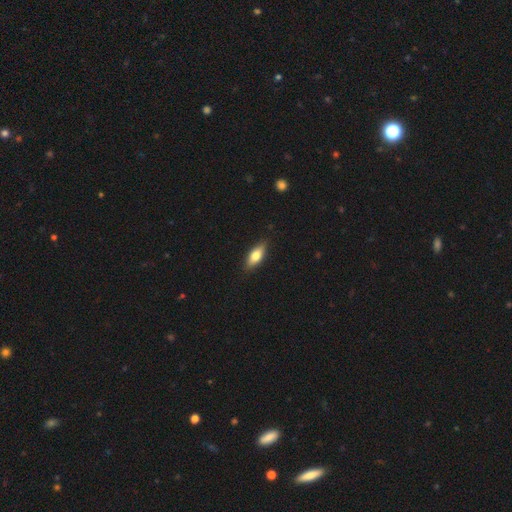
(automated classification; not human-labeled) The model was most divided on "smooth or featured": smooth: 69%, featured or disk: 24%, star or artifact: 6%. More confident: merging — none (87%); how rounded — in between (74%).